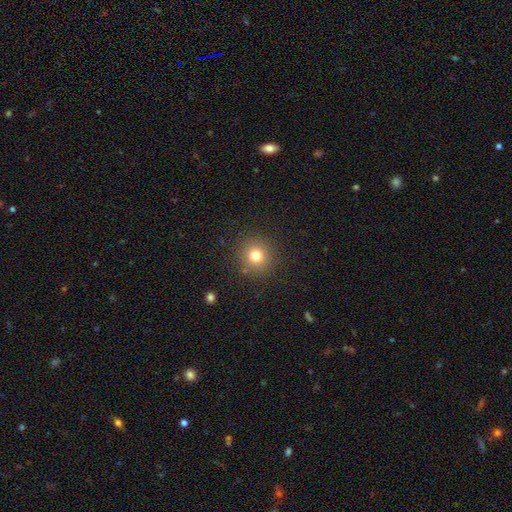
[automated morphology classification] A smooth galaxy with no disk features (78%) that is round (93%). Merging: none (88%).